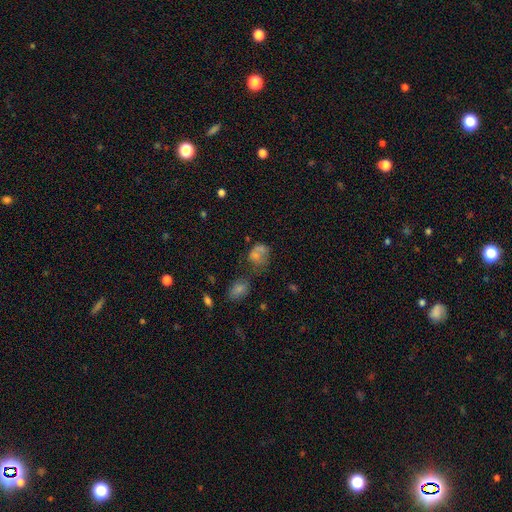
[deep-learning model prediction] Q: Smooth or featured?
A: smooth (53%); runner-up: star or artifact (25%)
Q: How rounded?
A: round (51%); runner-up: in between (47%)
Q: Merging?
A: none (39%); runner-up: merger (25%)